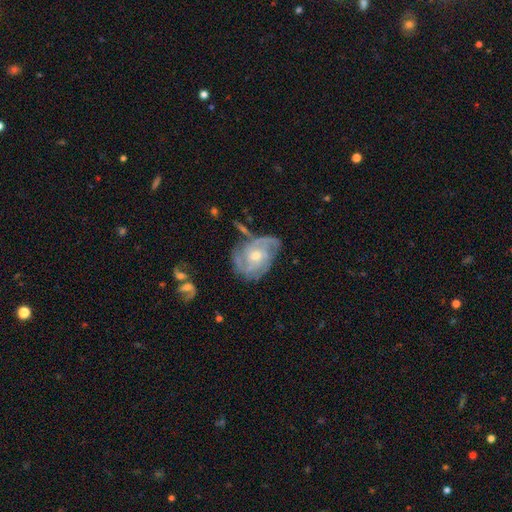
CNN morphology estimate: smooth_or_featured: featured or disk (p=0.82) [alt: smooth p=0.11]
disk_edge_on: no (p=0.97) [alt: yes p=0.03]
bar: no (p=0.70) [alt: weak p=0.26]
has_spiral_arms: yes (p=0.92) [alt: no p=0.08]
spiral_winding: tight (p=0.52) [alt: medium p=0.36]
spiral_arm_count: can't tell (p=0.30) [alt: 3 p=0.29]
bulge_size: moderate (p=0.59) [alt: small p=0.36]
merging: none (p=0.59) [alt: minor disturbance p=0.24]